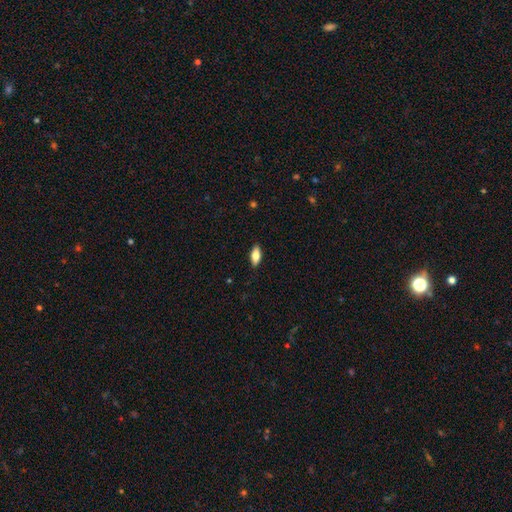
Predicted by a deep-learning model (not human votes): smooth-or-featured: smooth: 69% | featured or disk: 24% | star or artifact: 7%
  how-rounded: in between: 78% | cigar-shaped: 19% | round: 3%
  merging: none: 88% | minor disturbance: 9% | major disturbance: 2% | merger: 1%